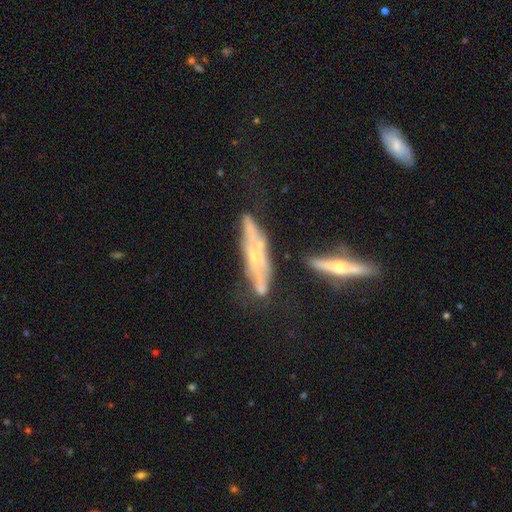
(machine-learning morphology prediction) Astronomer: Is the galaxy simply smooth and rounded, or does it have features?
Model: featured or disk — 66%.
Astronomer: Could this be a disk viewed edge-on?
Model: yes — 70%.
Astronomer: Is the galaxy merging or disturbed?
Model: none — 51%.